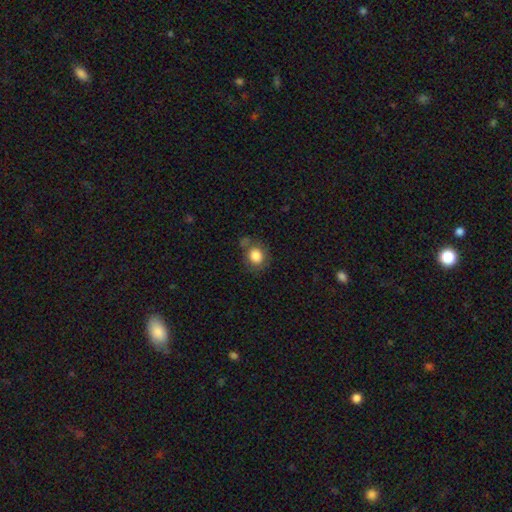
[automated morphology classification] Overall: smooth (82%). How rounded: round (70%). Merging: none (62%).